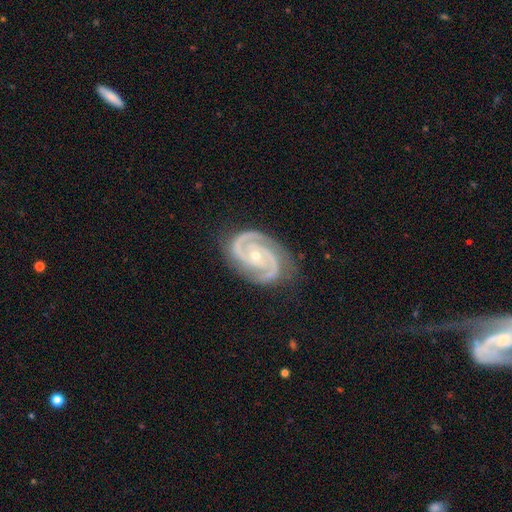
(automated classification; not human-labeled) Q: Smooth or featured?
A: featured or disk (93%); runner-up: star or artifact (4%)
Q: Edge-on disk?
A: no (98%); runner-up: yes (2%)
Q: Bar?
A: no (66%); runner-up: weak (23%)
Q: Spiral arms?
A: yes (99%); runner-up: no (1%)
Q: Spiral winding?
A: tight (57%); runner-up: medium (39%)
Q: Spiral arm count?
A: 2 (88%); runner-up: 3 (6%)
Q: Bulge size?
A: small (65%); runner-up: moderate (32%)
Q: Merging?
A: none (82%); runner-up: minor disturbance (14%)